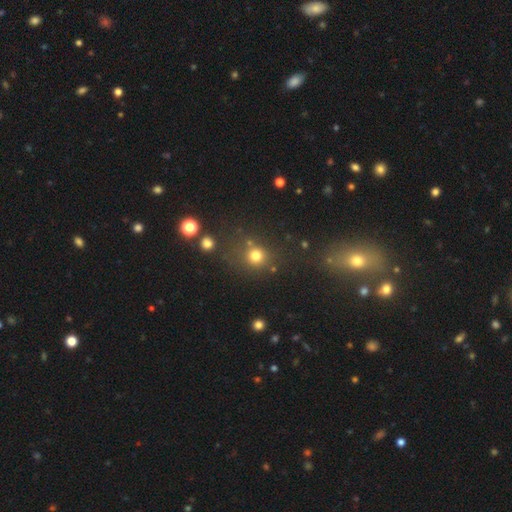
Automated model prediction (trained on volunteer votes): Smooth or featured? smooth (76%)
How rounded? round (88%)
Merging? none (73%)